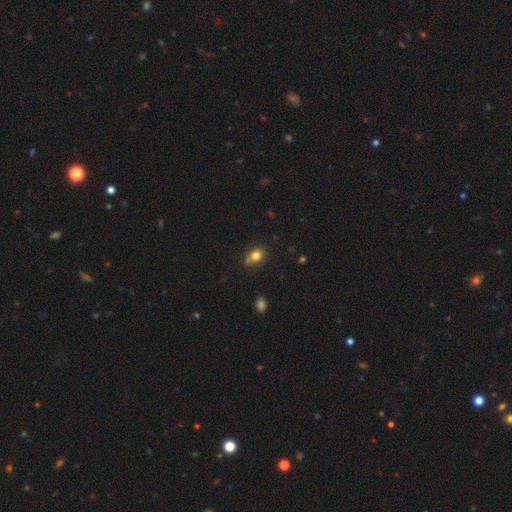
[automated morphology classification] Smooth or featured? smooth (79%)
How rounded? in between (67%)
Merging? none (68%)